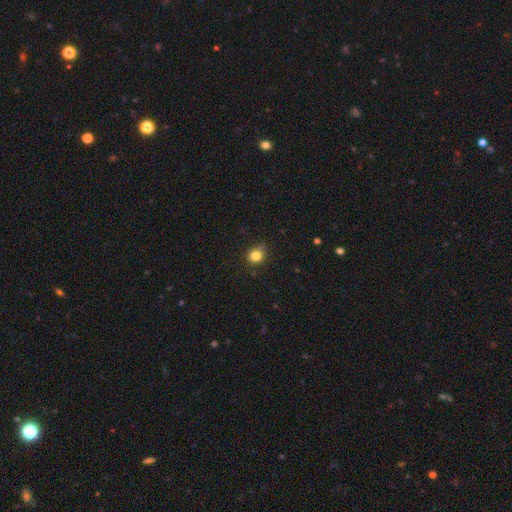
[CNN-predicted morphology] The model was most divided on "merging": none: 68%, minor disturbance: 26%, major disturbance: 5%, merger: 2%. More confident: smooth or featured — smooth (82%); how rounded — round (77%).